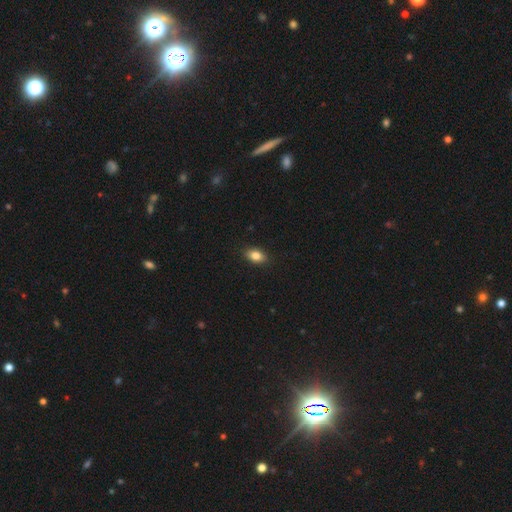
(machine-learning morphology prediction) Smooth or featured? smooth (85%)
How rounded? in between (87%)
Merging? none (89%)